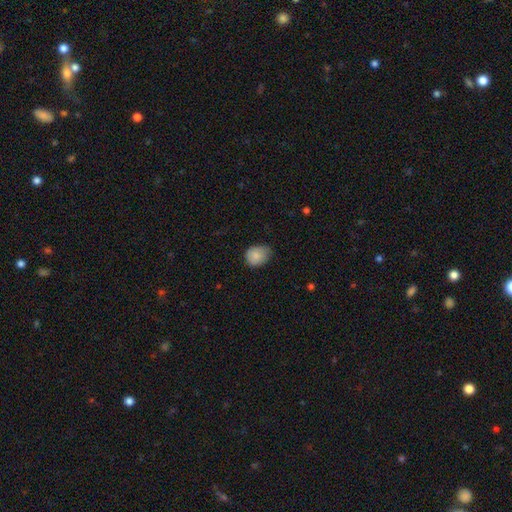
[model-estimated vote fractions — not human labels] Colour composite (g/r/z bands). It shows a smooth galaxy with no disk features (85%) that is in between round and cigar-shaped (51%). Merging: none (60%).